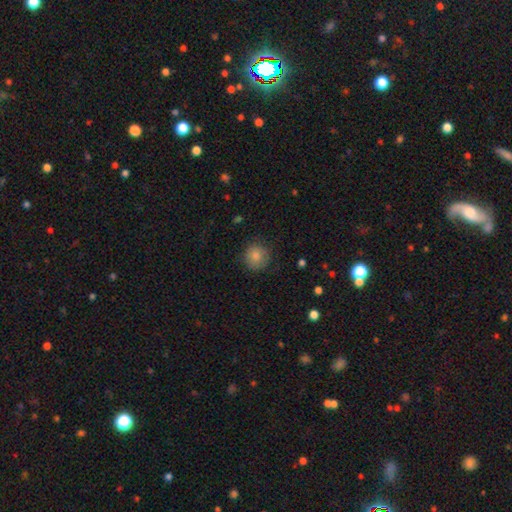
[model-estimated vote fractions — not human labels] Overall: smooth (83%). How rounded: round (92%). Merging: none (81%).